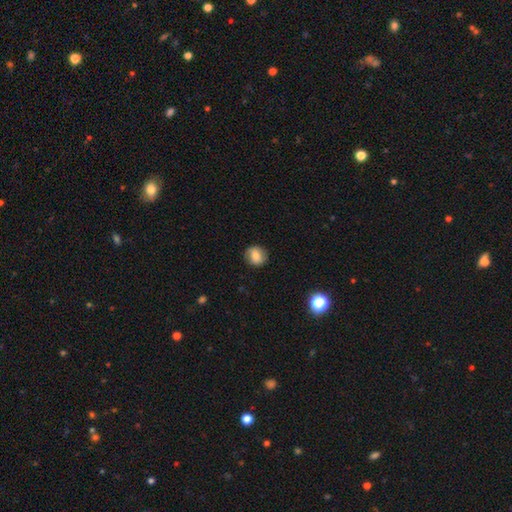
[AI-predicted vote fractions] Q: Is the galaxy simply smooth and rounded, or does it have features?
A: smooth — 72%.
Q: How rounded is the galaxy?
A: round — 77%.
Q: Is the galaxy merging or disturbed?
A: none — 83%.